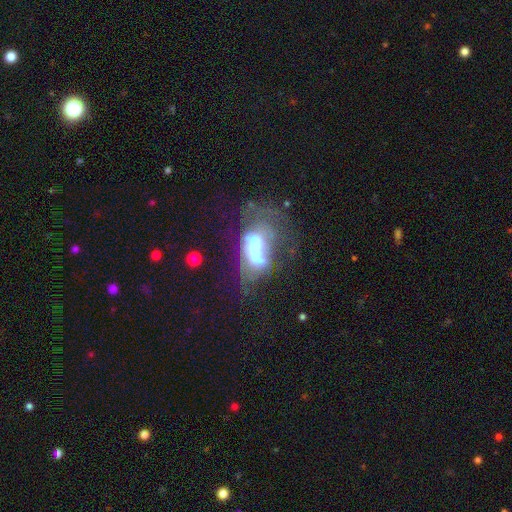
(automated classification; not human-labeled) Smooth or featured?
  - featured or disk: 58% *
  - smooth: 30%
  - star or artifact: 12%
Edge-on disk?
  - no: 94% *
  - yes: 6%
Bar?
  - no: 56% *
  - strong: 24%
  - weak: 20%
Spiral arms?
  - no: 65% *
  - yes: 35%
Bulge size?
  - large: 36% *
  - moderate: 22%
  - dominant: 16%
  - none: 15%
  - small: 11%
Merging?
  - major disturbance: 42% *
  - none: 22%
  - merger: 20%
  - minor disturbance: 16%